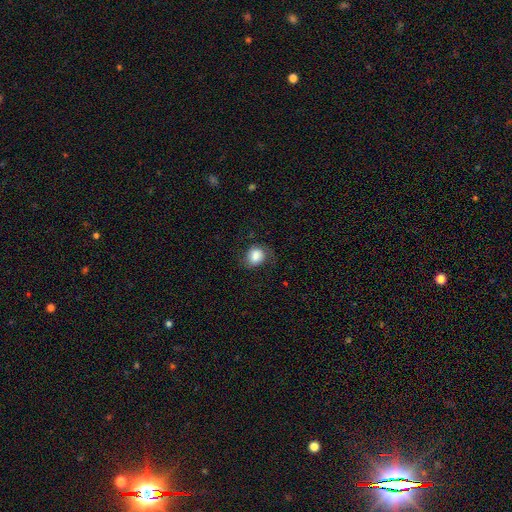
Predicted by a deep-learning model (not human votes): Smooth or featured: smooth — 78% (featured or disk — 14%)
How rounded: round — 59% (in between — 40%)
Merging: none — 67% (minor disturbance — 21%)